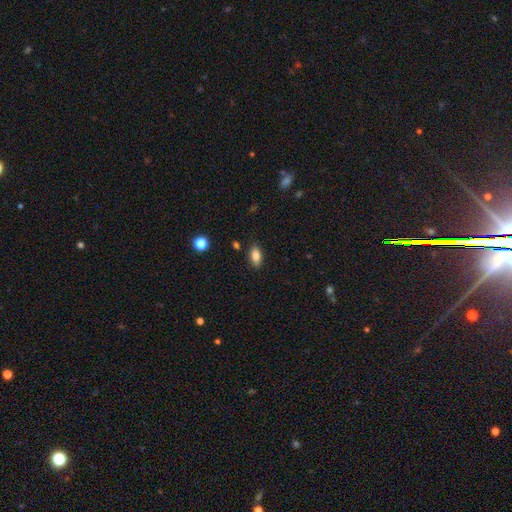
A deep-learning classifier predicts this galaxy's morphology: type=smooth (83%); roundness=in between (86%); merging=none (85%).